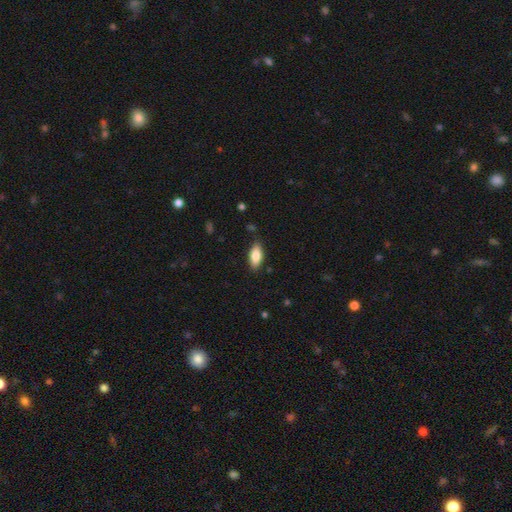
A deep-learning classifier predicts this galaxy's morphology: Smooth or featured: smooth — 84% (featured or disk — 10%)
How rounded: in between — 84% (cigar-shaped — 14%)
Merging: none — 85% (minor disturbance — 11%)